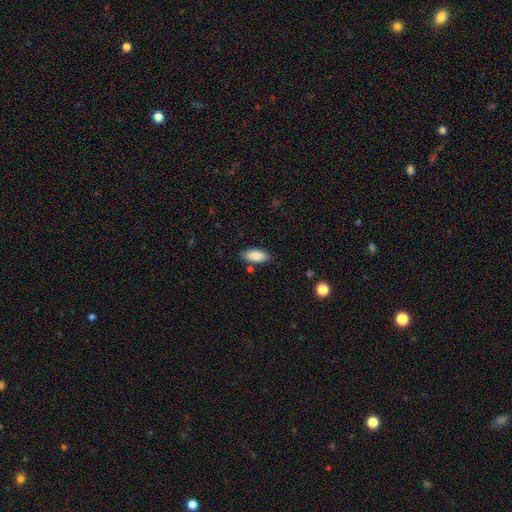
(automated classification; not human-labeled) This is clearly a smooth galaxy (88%). How rounded: clearly in between (89%). Merging: clearly none (83%).